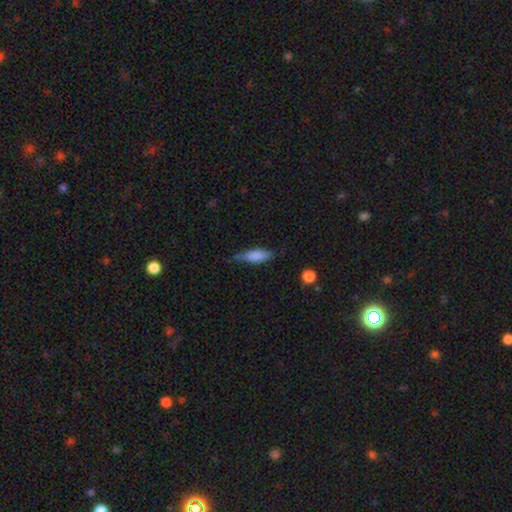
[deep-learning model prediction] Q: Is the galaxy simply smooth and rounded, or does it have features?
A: smooth — 79%.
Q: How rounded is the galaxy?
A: in between — 52%.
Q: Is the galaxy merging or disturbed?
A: none — 59%.